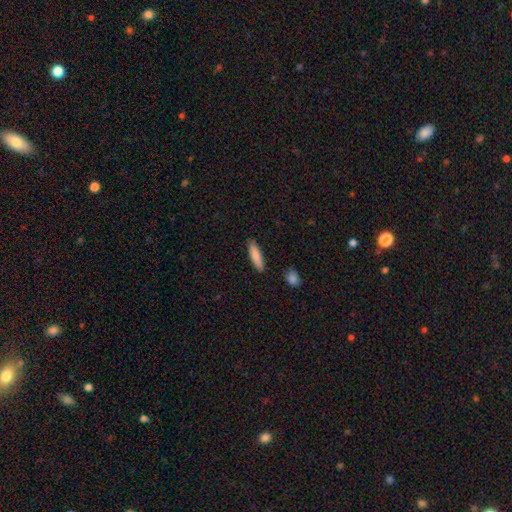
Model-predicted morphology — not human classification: Overall: smooth (84%). How rounded: cigar-shaped (73%). Merging: none (87%).